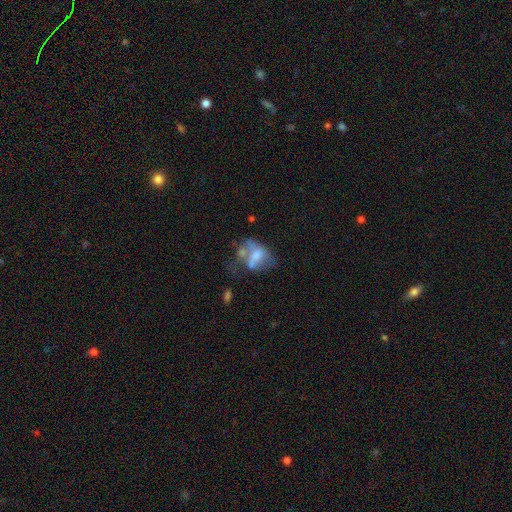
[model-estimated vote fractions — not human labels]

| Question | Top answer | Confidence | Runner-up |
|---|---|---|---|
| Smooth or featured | smooth | 45% | featured or disk (44%) |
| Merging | major disturbance | 31% | merger (30%) |